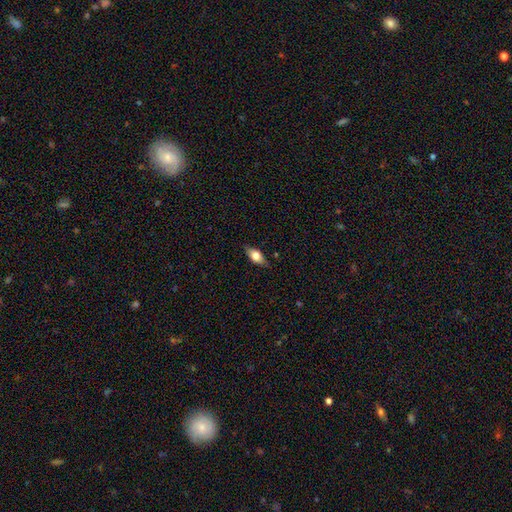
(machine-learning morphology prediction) The model was most divided on "smooth or featured": smooth: 68%, featured or disk: 25%, star or artifact: 7%. More confident: how rounded — in between (81%); merging — none (81%).